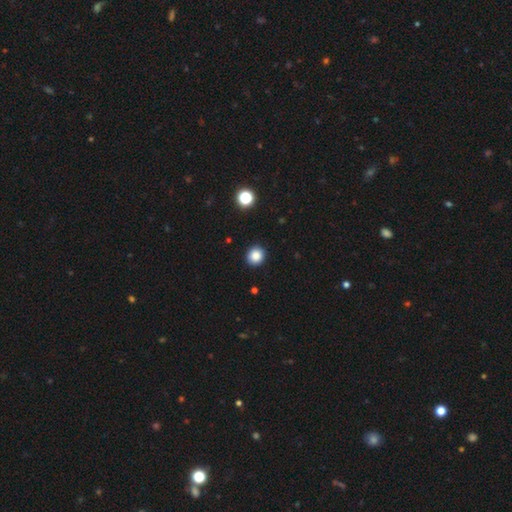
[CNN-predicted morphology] Smooth or featured? smooth (85%)
How rounded? round (89%)
Merging? none (91%)